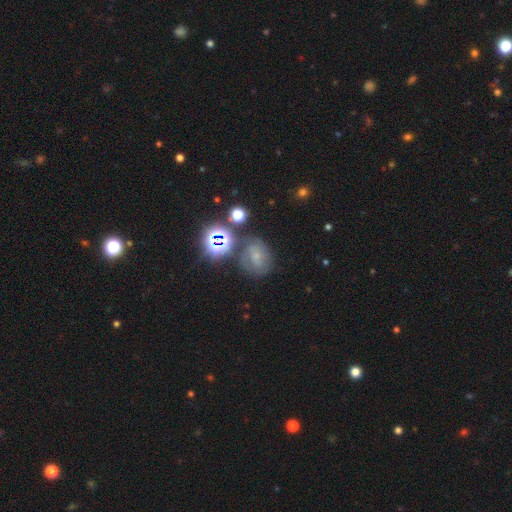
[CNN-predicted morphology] type=featured or disk (39%); merging=none (60%).